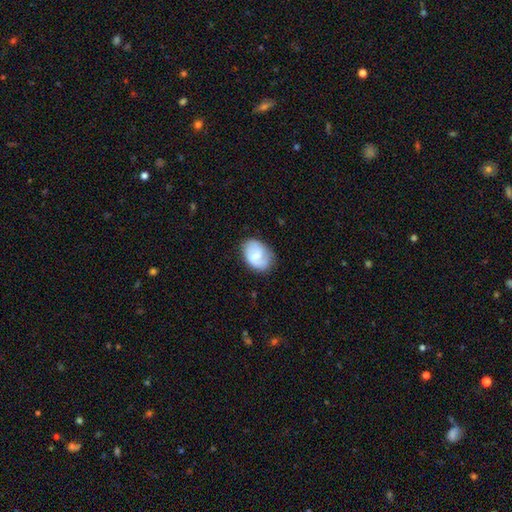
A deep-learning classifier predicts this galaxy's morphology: This is possibly a smooth galaxy (51%). How rounded: likely in between (74%). Merging: likely none (71%).